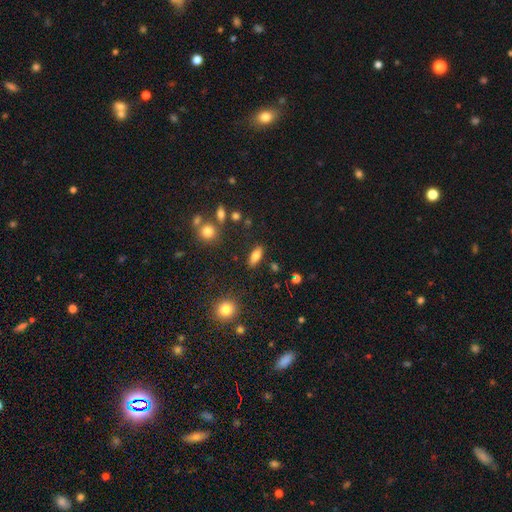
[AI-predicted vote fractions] Morphology: type=smooth (74%); roundness=in between (73%); merging=none (85%).